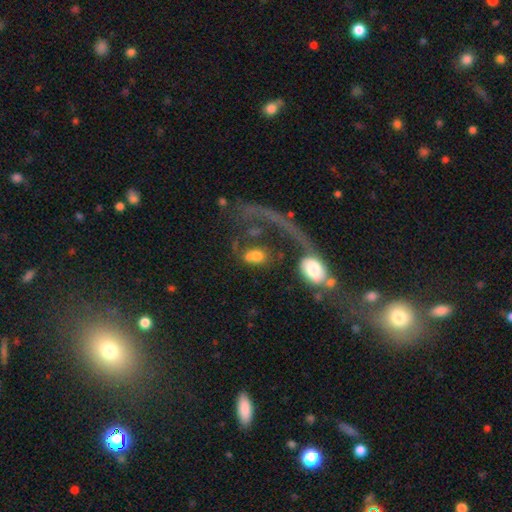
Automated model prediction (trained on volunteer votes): Smooth or featured: smooth — 62% (featured or disk — 27%)
How rounded: in between — 74% (round — 21%)
Merging: merger — 31% (none — 30%)